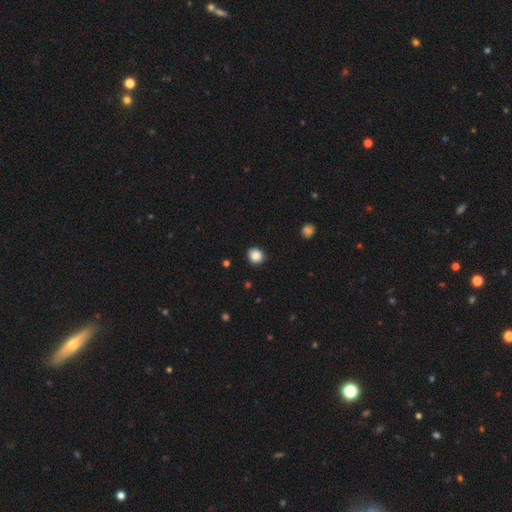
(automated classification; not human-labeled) A smooth galaxy with no disk features (87%) that is round (82%). Merging: none (87%).